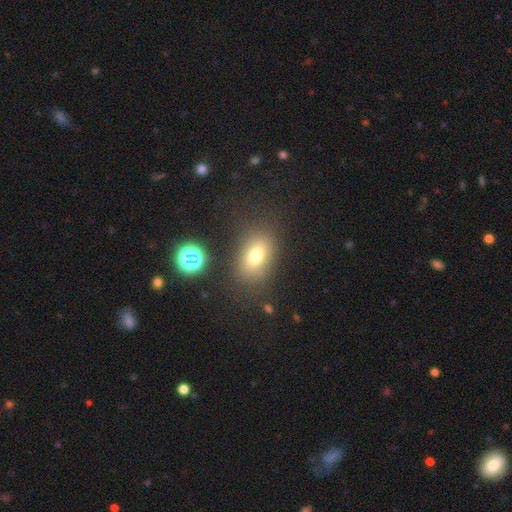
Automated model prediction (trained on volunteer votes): Smooth or featured?
  - smooth: 72% *
  - star or artifact: 16%
  - featured or disk: 13%
How rounded?
  - in between: 75% *
  - round: 22%
  - cigar-shaped: 2%
Merging?
  - none: 80% *
  - minor disturbance: 12%
  - major disturbance: 6%
  - merger: 3%